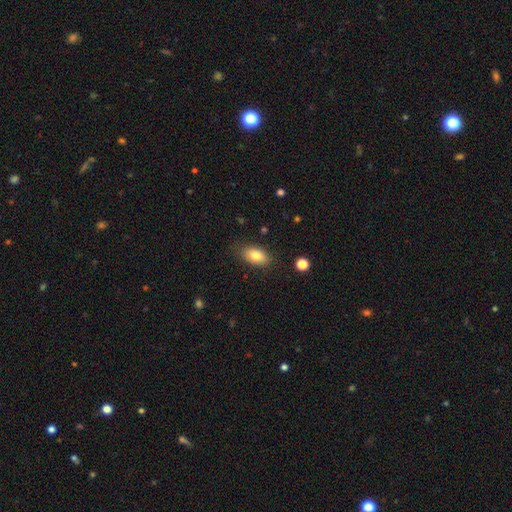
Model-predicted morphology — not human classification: Overall: smooth (79%). How rounded: in between (90%). Merging: none (82%).